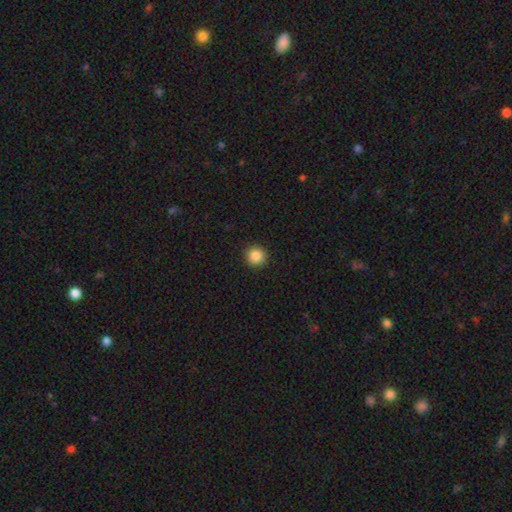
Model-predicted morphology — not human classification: type=smooth (86%); roundness=round (95%); merging=none (93%).